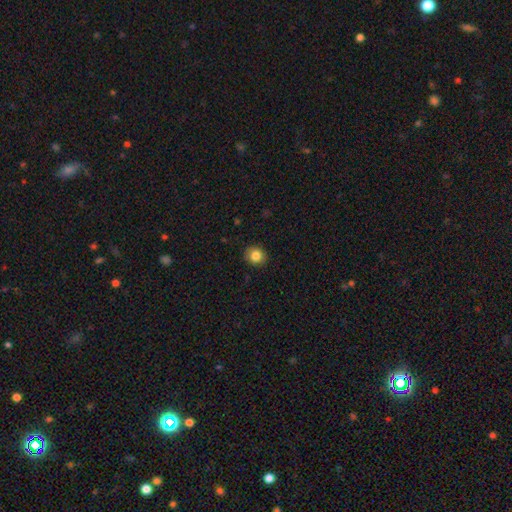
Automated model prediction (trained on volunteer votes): Smooth or featured? smooth (83%)
How rounded? round (80%)
Merging? none (90%)